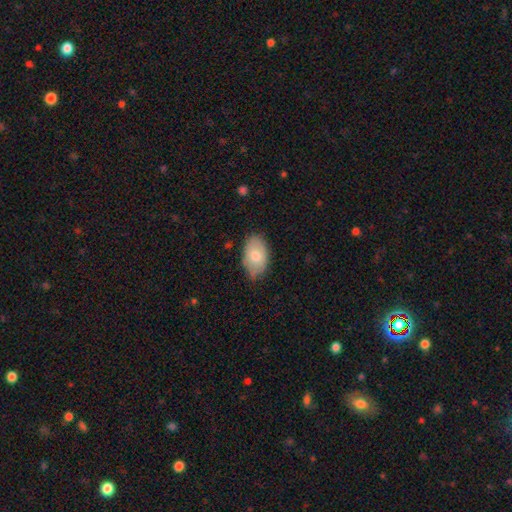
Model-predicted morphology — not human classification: Smooth or featured? Predicted: smooth (p=0.77). How rounded? Predicted: in between (p=0.91). Merging? Predicted: none (p=0.71).